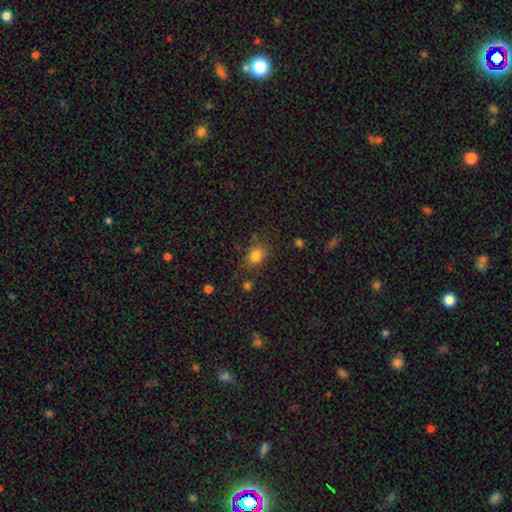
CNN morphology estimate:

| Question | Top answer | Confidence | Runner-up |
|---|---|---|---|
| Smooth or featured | smooth | 81% | star or artifact (12%) |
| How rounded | in between | 64% | round (35%) |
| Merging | none | 71% | minor disturbance (18%) |